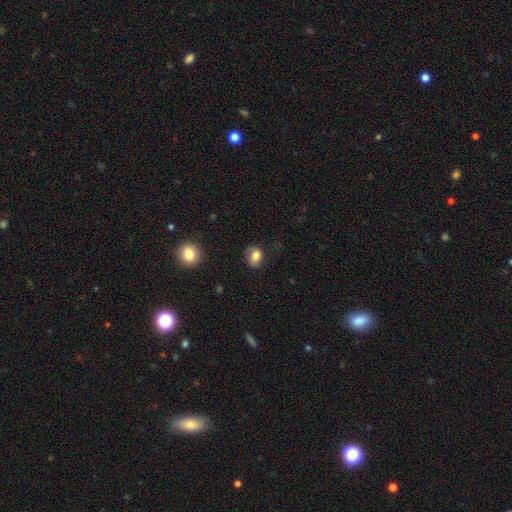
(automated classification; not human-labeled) A smooth galaxy with no disk features (70%) that is in between round and cigar-shaped (54%).

Vote fractions:
- Smooth or featured? smooth: 70% / featured or disk: 20% / star or artifact: 9%
- How rounded? in between: 54% / round: 44% / cigar-shaped: 1%
- Merging? none: 66% / minor disturbance: 23% / major disturbance: 9% / merger: 2%